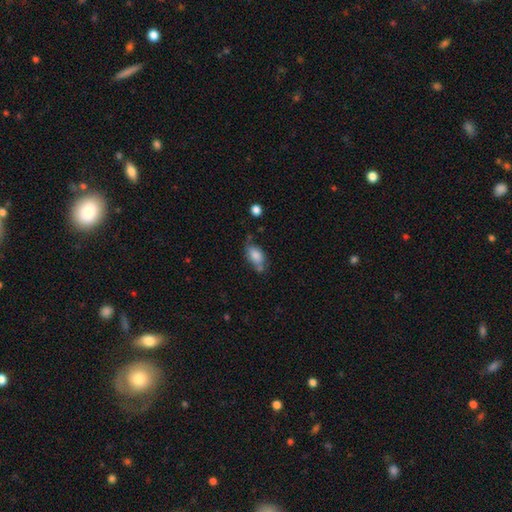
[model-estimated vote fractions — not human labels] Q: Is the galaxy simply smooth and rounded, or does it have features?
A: smooth — 77%.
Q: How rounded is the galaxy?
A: in between — 89%.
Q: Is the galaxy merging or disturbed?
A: none — 52%.